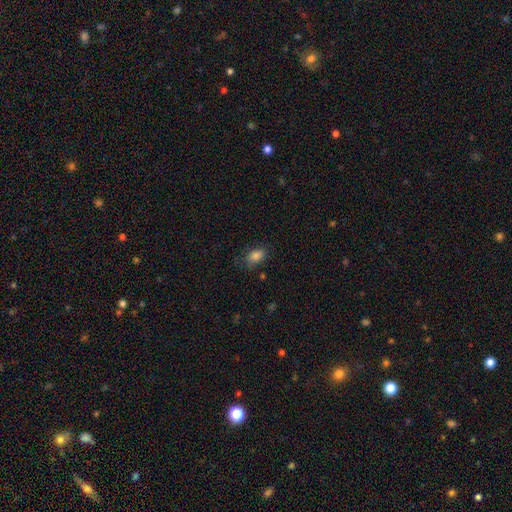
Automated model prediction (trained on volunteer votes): A smooth galaxy with no disk features (83%) that is in between round and cigar-shaped (86%).

Vote fractions:
- Smooth or featured? smooth: 83% / star or artifact: 10% / featured or disk: 7%
- How rounded? in between: 86% / round: 12% / cigar-shaped: 2%
- Merging? none: 70% / minor disturbance: 21% / major disturbance: 7% / merger: 2%